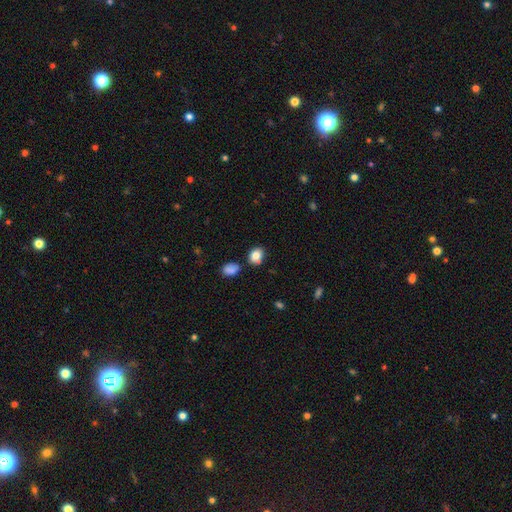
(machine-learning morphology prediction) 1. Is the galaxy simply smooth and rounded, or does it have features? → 83% smooth, 9% star or artifact, 7% featured or disk.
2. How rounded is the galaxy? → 55% in between, 44% round, 1% cigar-shaped.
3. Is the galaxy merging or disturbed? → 75% none, 15% minor disturbance, 7% merger, 3% major disturbance.